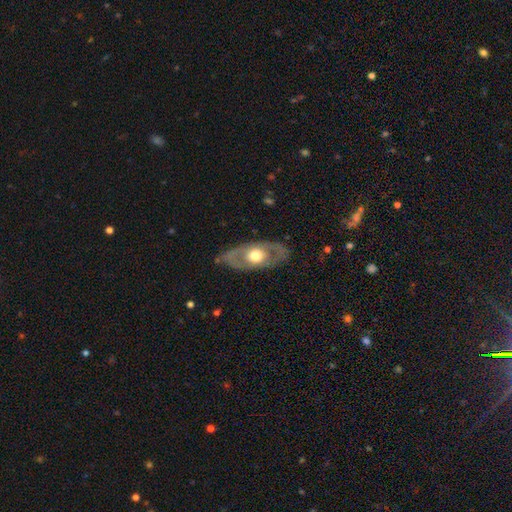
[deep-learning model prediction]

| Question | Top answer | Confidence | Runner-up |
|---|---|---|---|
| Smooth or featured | featured or disk | 61% | smooth (35%) |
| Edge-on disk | no | 83% | yes (17%) |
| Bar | no | 87% | weak (10%) |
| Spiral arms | no | 73% | yes (27%) |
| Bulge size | moderate | 60% | large (33%) |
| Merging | none | 79% | minor disturbance (14%) |